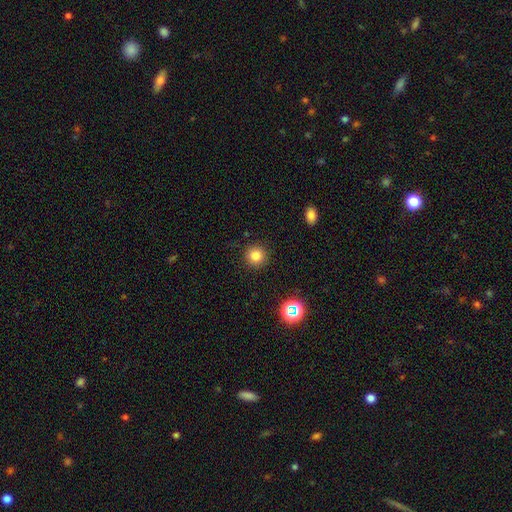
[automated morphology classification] Smooth or featured?
  - smooth: 81% *
  - star or artifact: 14%
  - featured or disk: 5%
How rounded?
  - round: 94% *
  - in between: 5%
  - cigar-shaped: 1%
Merging?
  - none: 91% *
  - minor disturbance: 6%
  - major disturbance: 2%
  - merger: 1%